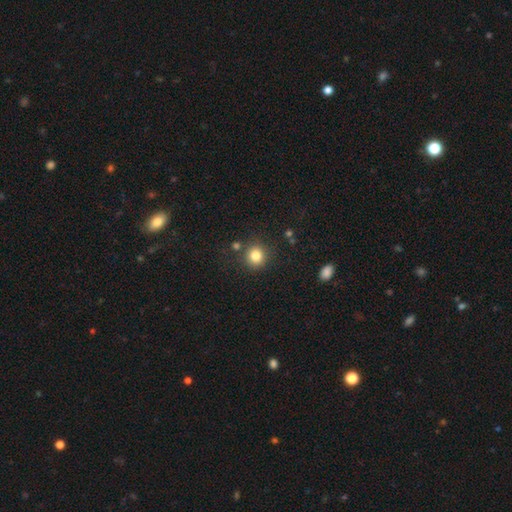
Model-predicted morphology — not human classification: Smooth or featured?
  - smooth: 82% *
  - star or artifact: 12%
  - featured or disk: 6%
How rounded?
  - round: 90% *
  - in between: 9%
  - cigar-shaped: 1%
Merging?
  - none: 84% *
  - minor disturbance: 8%
  - merger: 5%
  - major disturbance: 3%